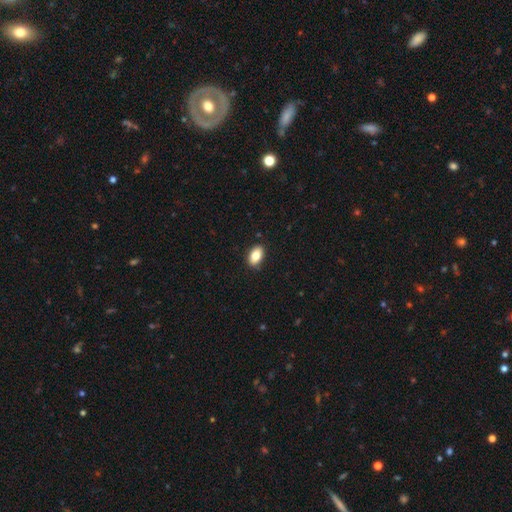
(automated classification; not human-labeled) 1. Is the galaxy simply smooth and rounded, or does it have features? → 83% smooth, 9% featured or disk, 8% star or artifact.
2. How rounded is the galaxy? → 90% in between, 8% round, 2% cigar-shaped.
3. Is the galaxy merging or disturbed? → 87% none, 10% minor disturbance, 2% major disturbance, 1% merger.